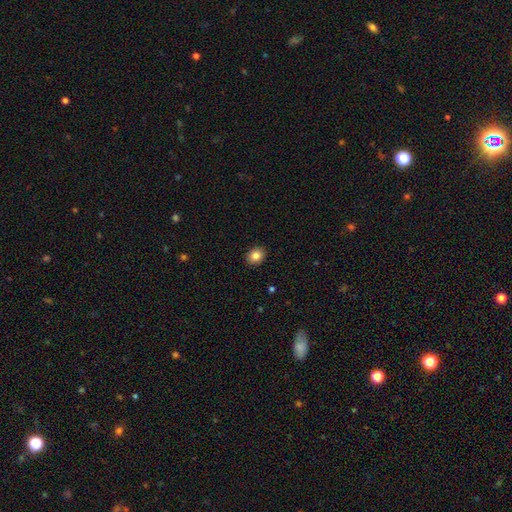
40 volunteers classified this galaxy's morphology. A smooth galaxy with no disk features (82%) that is in between round and cigar-shaped (55%). Merging: none (81%).